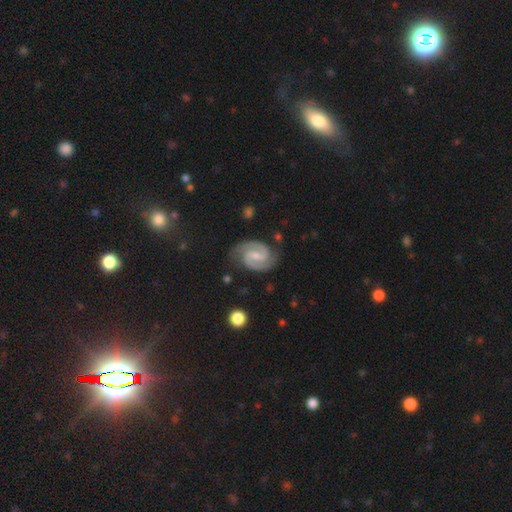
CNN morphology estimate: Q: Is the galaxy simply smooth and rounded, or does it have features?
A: featured or disk — 92%.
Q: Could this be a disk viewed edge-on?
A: no — 98%.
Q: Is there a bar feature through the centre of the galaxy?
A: weak — 52%.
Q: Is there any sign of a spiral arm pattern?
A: yes — 99%.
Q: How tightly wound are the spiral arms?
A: medium — 55%.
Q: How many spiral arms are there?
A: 2 — 94%.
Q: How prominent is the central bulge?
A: small — 55%.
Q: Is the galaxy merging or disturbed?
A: none — 82%.